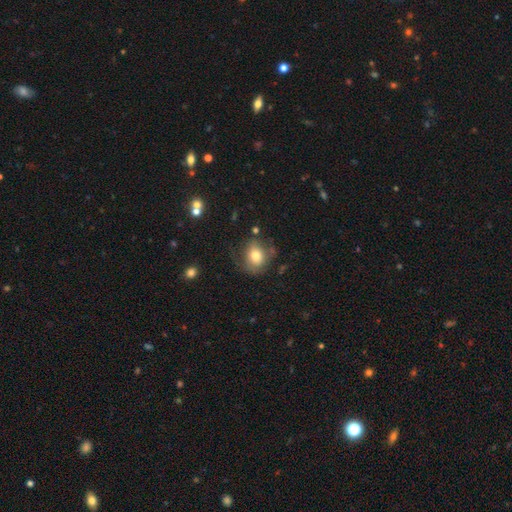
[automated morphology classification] smooth_or_featured: smooth (p=0.72) [alt: featured or disk p=0.19]
how_rounded: round (p=0.55) [alt: in between p=0.44]
merging: none (p=0.59) [alt: minor disturbance p=0.24]